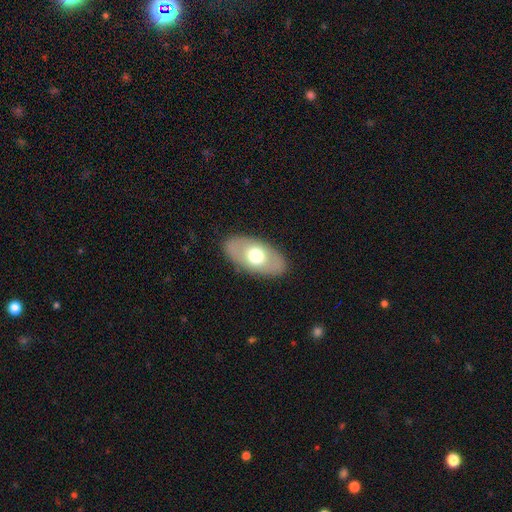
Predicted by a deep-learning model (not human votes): The model was most divided on "smooth or featured": smooth: 58%, featured or disk: 37%, star or artifact: 6%. More confident: how rounded — in between (92%); merging — none (86%).